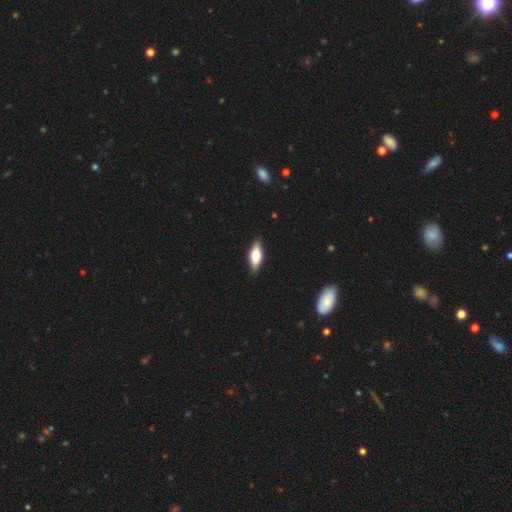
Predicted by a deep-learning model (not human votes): smooth 59%, featured or disk 35%, star or artifact 6%. Down the decision tree: how rounded — in between (72%); merging — none (87%).